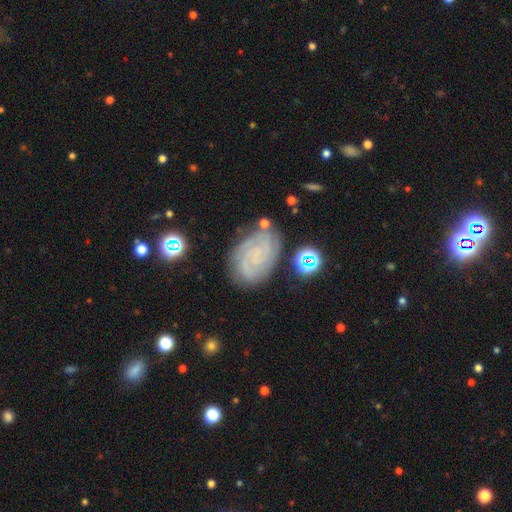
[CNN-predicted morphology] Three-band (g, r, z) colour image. It shows a featured or disk galaxy (76%) with no bar (64%), 2 (28%) tight (67%) spiral arms (96%) and a small central bulge (51%). Merging: none (74%).